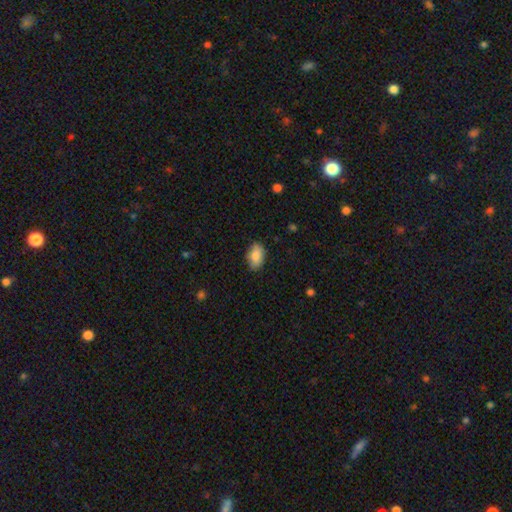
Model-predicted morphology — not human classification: Smooth or featured: smooth — 86% (featured or disk — 7%)
How rounded: in between — 90% (round — 8%)
Merging: none — 84% (minor disturbance — 12%)